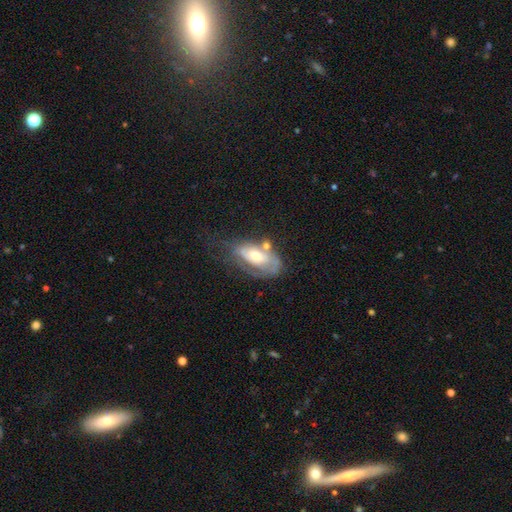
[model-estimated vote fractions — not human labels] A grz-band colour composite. It shows a featured or disk galaxy (60%) with no bar (68%), spiral arms (57%) and a moderate central bulge (62%). Merging: none (31%).